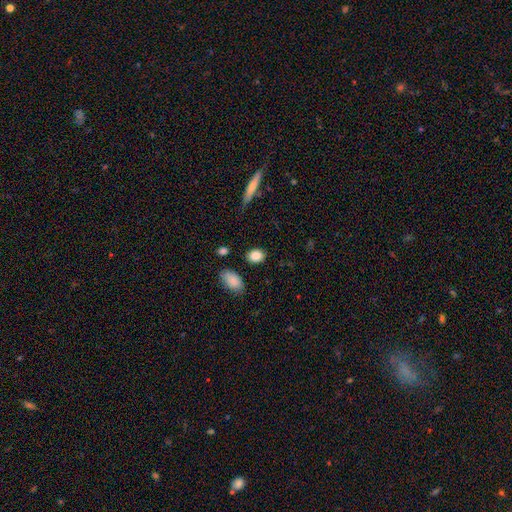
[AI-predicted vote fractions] A smooth galaxy with no disk features (87%) that is in between round and cigar-shaped (67%).

Vote fractions:
- Smooth or featured? smooth: 87% / star or artifact: 8% / featured or disk: 5%
- How rounded? in between: 67% / round: 31% / cigar-shaped: 2%
- Merging? none: 84% / minor disturbance: 10% / major disturbance: 3% / merger: 3%